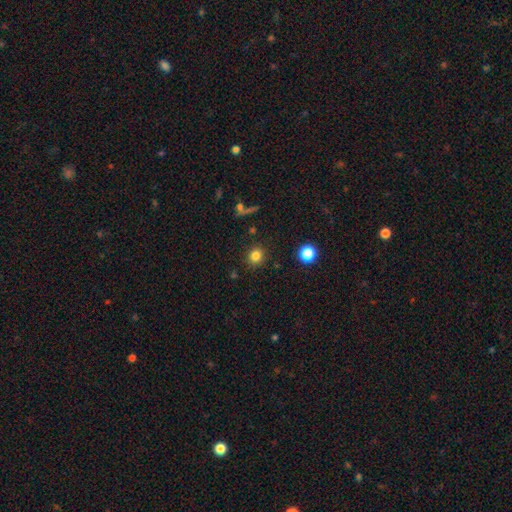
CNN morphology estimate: Q: Smooth or featured?
A: smooth (82%); runner-up: star or artifact (12%)
Q: How rounded?
A: round (85%); runner-up: in between (14%)
Q: Merging?
A: none (88%); runner-up: minor disturbance (7%)